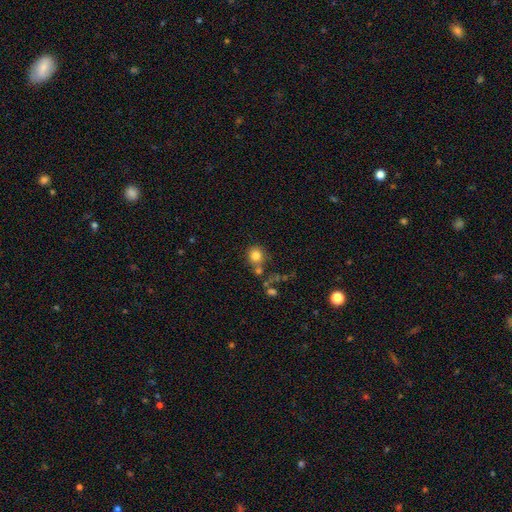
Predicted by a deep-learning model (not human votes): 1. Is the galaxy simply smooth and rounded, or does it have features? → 80% smooth, 12% star or artifact, 8% featured or disk.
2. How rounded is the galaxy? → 86% round, 13% in between, 1% cigar-shaped.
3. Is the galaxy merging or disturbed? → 63% none, 19% merger, 12% minor disturbance, 6% major disturbance.